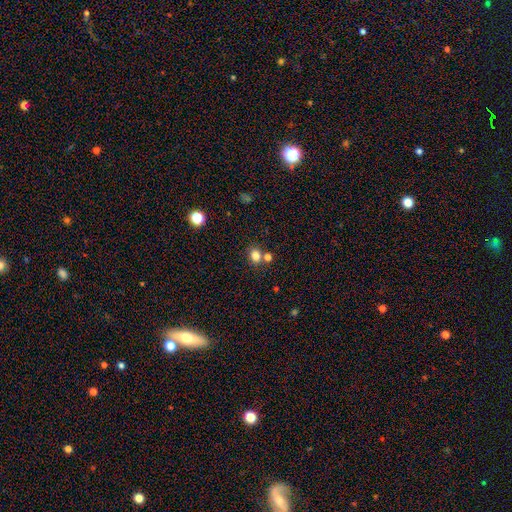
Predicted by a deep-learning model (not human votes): This is likely a smooth galaxy (80%). How rounded: possibly round (58%). Merging: likely none (68%).